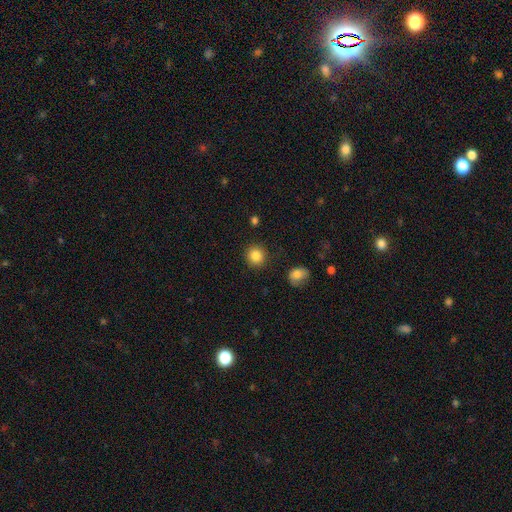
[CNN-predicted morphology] A smooth galaxy with no disk features (85%) that is round (90%). Merging: none (89%).